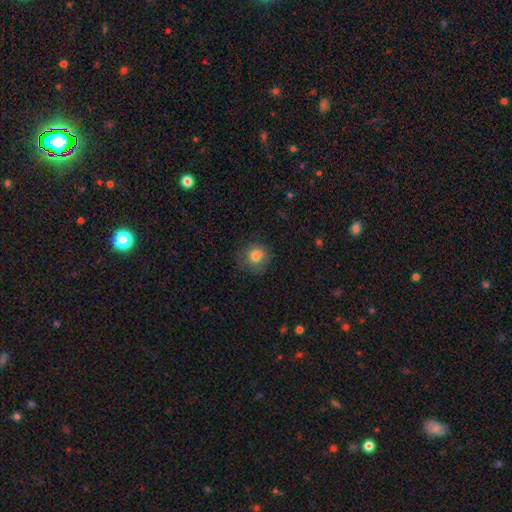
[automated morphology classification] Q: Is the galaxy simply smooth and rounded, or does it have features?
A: smooth — 79%.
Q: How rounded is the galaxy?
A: round — 82%.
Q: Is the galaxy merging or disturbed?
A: none — 72%.